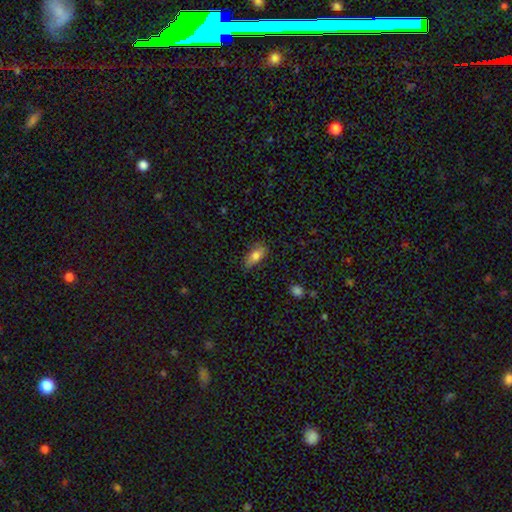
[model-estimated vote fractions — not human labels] This is likely a smooth galaxy (75%). How rounded: likely in between (78%). Merging: likely none (75%).